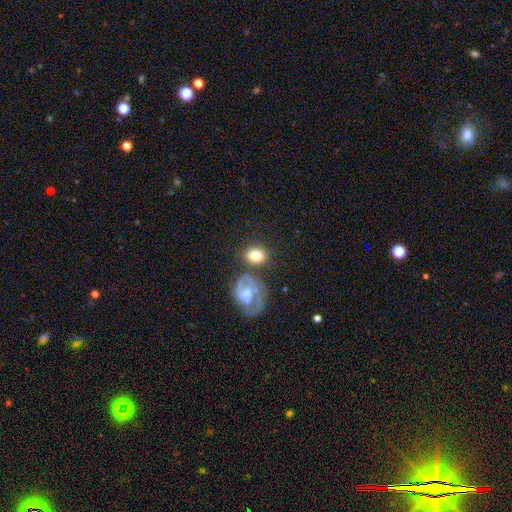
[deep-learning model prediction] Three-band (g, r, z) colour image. It shows a smooth galaxy with no disk features (75%) that is in between round and cigar-shaped (57%). Merging: none (59%).